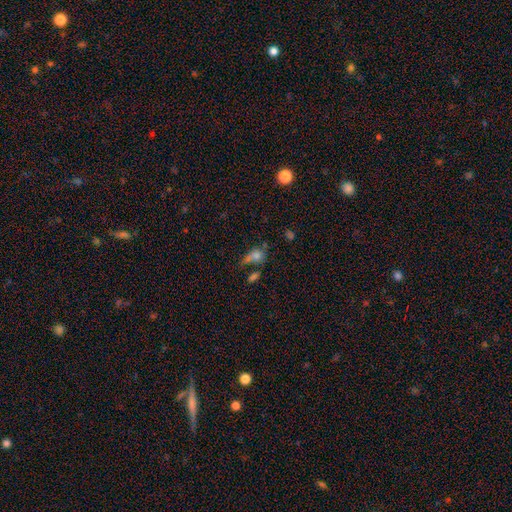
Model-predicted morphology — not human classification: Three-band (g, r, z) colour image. It shows a smooth galaxy with no disk features (66%) that is in between round and cigar-shaped (55%). Merging: none (33%).